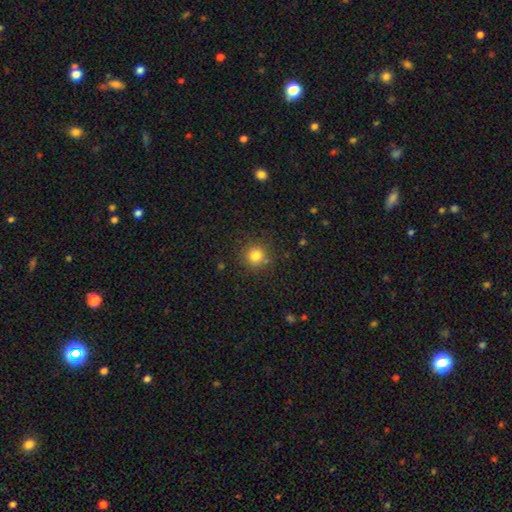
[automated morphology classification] smooth 81%, star or artifact 13%, featured or disk 6%. Down the decision tree: how rounded — round (93%); merging — none (85%).